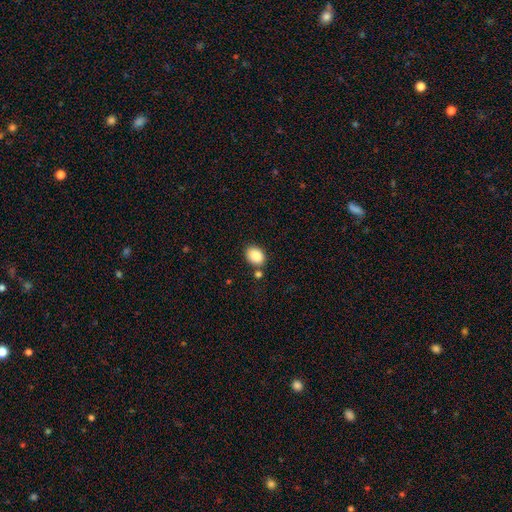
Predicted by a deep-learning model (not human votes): Smooth or featured?
  - smooth: 88% *
  - star or artifact: 8%
  - featured or disk: 4%
How rounded?
  - in between: 70% *
  - round: 29%
  - cigar-shaped: 1%
Merging?
  - none: 76% *
  - minor disturbance: 11%
  - merger: 9%
  - major disturbance: 3%